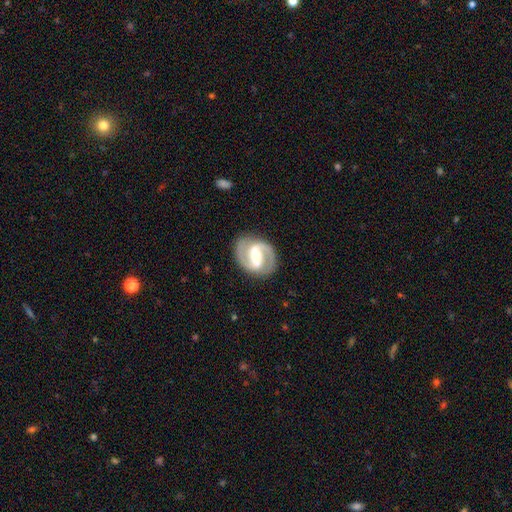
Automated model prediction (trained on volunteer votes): Overall: featured or disk (88%). Edge-on disk: no (98%). Bar: strong (57%; weak 32%). Spiral arms: yes (95%). Spiral arm count: 2 (92%). Spiral winding: medium (54%; tight 30%). Bulge size: moderate (56%; small 33%). Merging: none (85%).